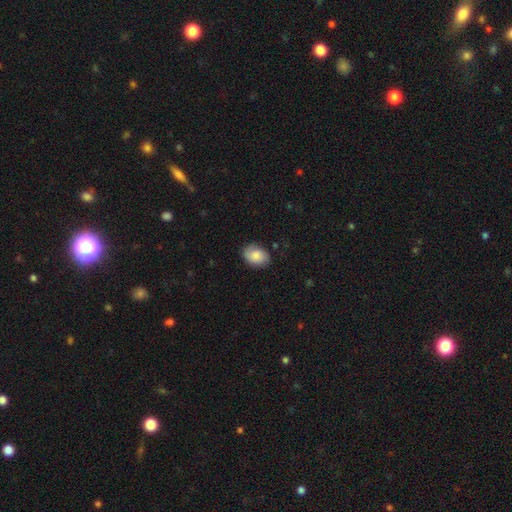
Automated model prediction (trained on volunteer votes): Q: Smooth or featured?
A: smooth (79%); runner-up: featured or disk (14%)
Q: How rounded?
A: in between (75%); runner-up: round (24%)
Q: Merging?
A: none (80%); runner-up: minor disturbance (16%)